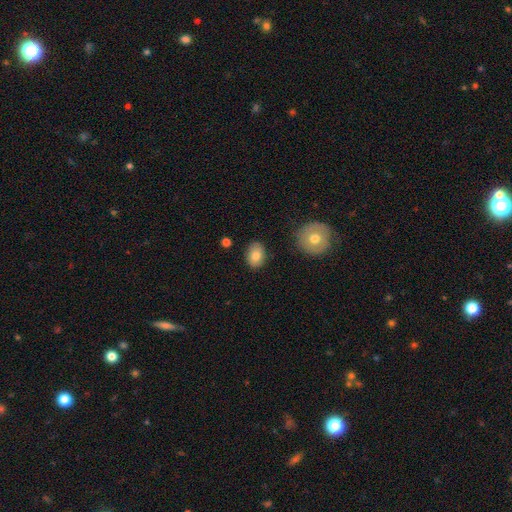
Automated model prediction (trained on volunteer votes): smooth-or-featured: smooth: 82% | featured or disk: 11% | star or artifact: 8%
  how-rounded: in between: 72% | round: 27% | cigar-shaped: 1%
  merging: none: 84% | minor disturbance: 11% | major disturbance: 2% | merger: 2%